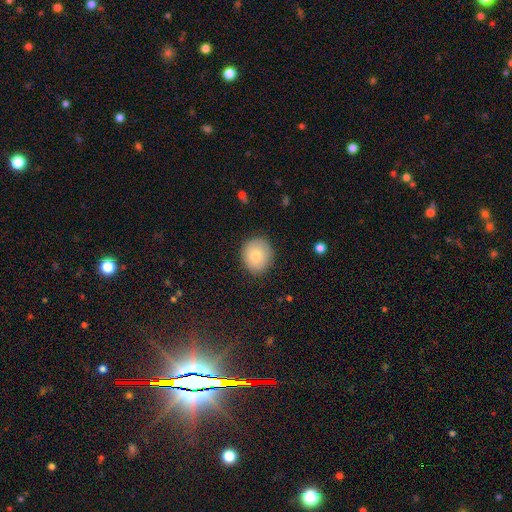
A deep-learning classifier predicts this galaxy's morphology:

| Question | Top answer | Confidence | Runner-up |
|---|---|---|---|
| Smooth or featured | smooth | 79% | featured or disk (13%) |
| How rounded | round | 77% | in between (22%) |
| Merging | none | 88% | minor disturbance (9%) |